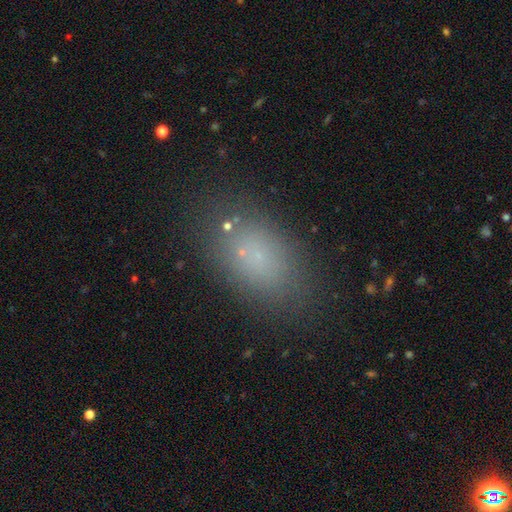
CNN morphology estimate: This is likely a smooth galaxy (74%). How rounded: clearly in between (88%). Merging: likely none (80%).